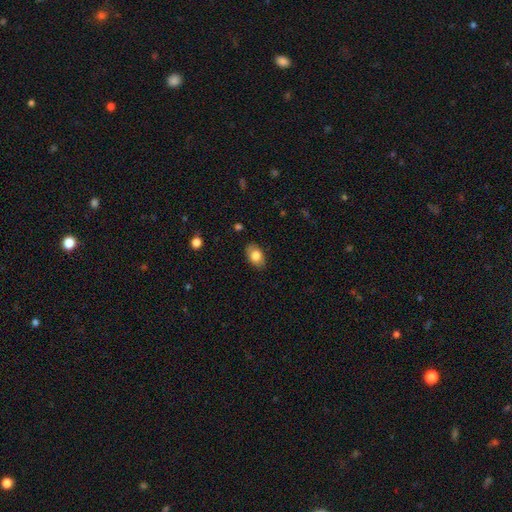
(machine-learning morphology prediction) smooth 81%, featured or disk 12%, star or artifact 8%. Down the decision tree: how rounded — in between (88%); merging — none (85%).